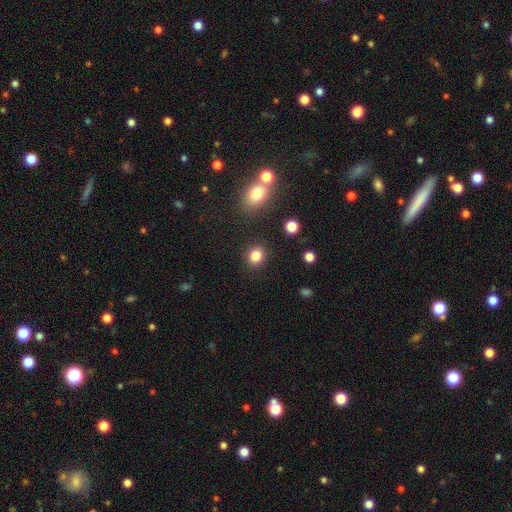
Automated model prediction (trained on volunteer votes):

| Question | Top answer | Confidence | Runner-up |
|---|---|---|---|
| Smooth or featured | smooth | 83% | star or artifact (12%) |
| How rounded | round | 75% | in between (24%) |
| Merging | none | 88% | minor disturbance (7%) |